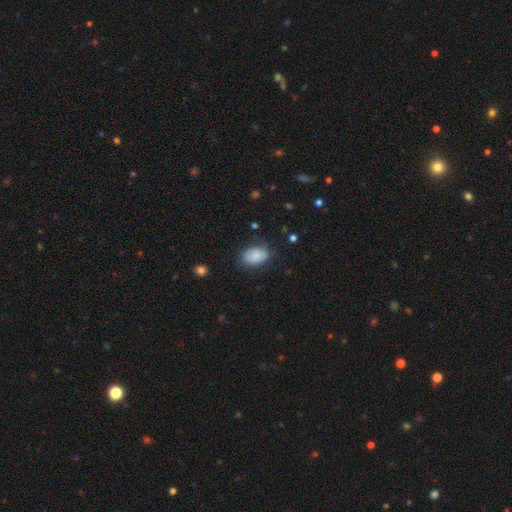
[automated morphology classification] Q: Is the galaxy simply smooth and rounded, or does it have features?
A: smooth — 84%.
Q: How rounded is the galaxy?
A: in between — 86%.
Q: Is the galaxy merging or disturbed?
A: none — 74%.